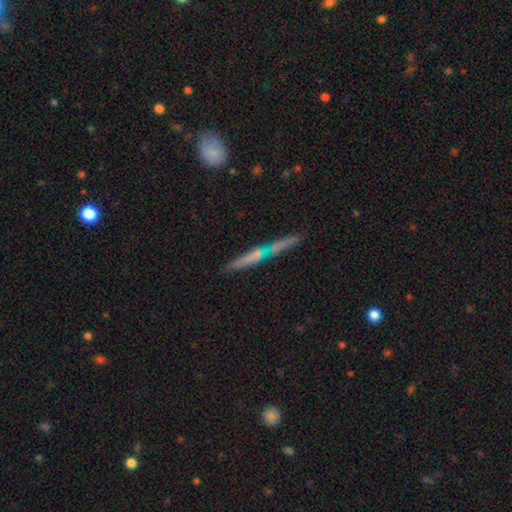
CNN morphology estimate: A featured or disk galaxy (52%) viewed edge-on (93%). Merging: none (78%).